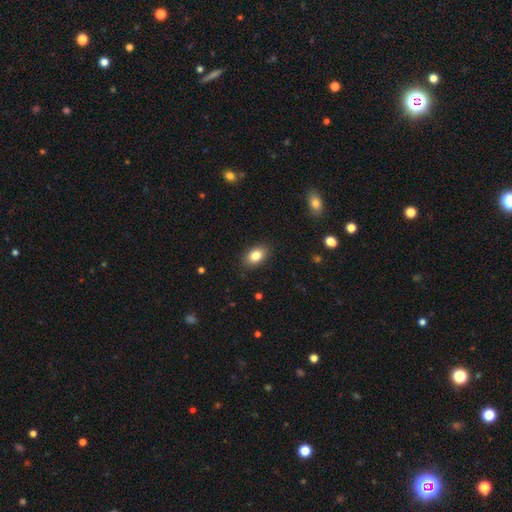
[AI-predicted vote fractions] Smooth or featured?
  - smooth: 84% *
  - star or artifact: 8%
  - featured or disk: 8%
How rounded?
  - in between: 84% *
  - round: 14%
  - cigar-shaped: 1%
Merging?
  - none: 88% *
  - minor disturbance: 9%
  - major disturbance: 2%
  - merger: 1%